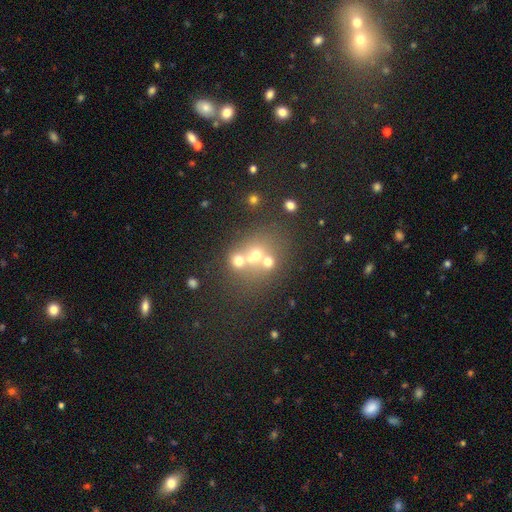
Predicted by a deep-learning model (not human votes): smooth_or_featured: smooth (p=0.48) [alt: featured or disk p=0.29]
merging: merger (p=0.46) [alt: none p=0.39]